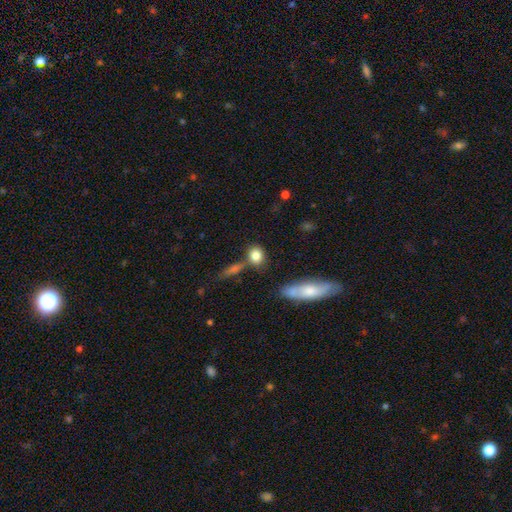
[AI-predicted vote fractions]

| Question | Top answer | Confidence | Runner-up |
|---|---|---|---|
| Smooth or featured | smooth | 83% | star or artifact (9%) |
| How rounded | round | 52% | in between (44%) |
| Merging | none | 67% | merger (15%) |